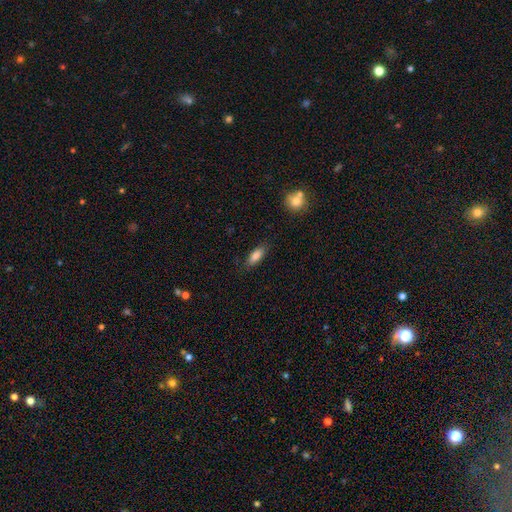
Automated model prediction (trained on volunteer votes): A smooth galaxy with no disk features (82%) that is in between round and cigar-shaped (75%).

Vote fractions:
- Smooth or featured? smooth: 82% / featured or disk: 11% / star or artifact: 8%
- How rounded? in between: 75% / cigar-shaped: 22% / round: 3%
- Merging? none: 82% / minor disturbance: 13% / major disturbance: 3% / merger: 2%